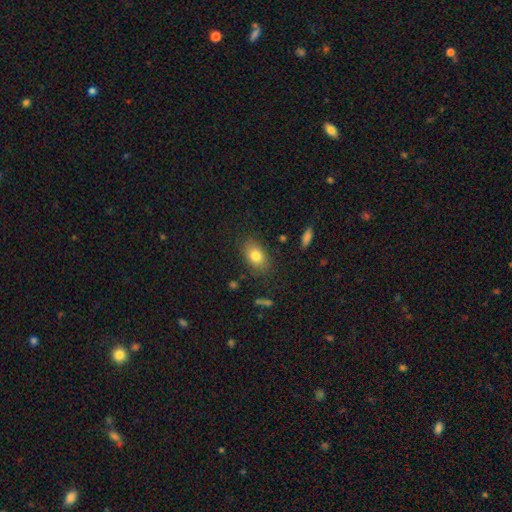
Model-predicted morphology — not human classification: The model was most divided on "how rounded": in between: 83%, round: 15%, cigar-shaped: 2%. More confident: merging — none (82%); smooth or featured — smooth (80%).